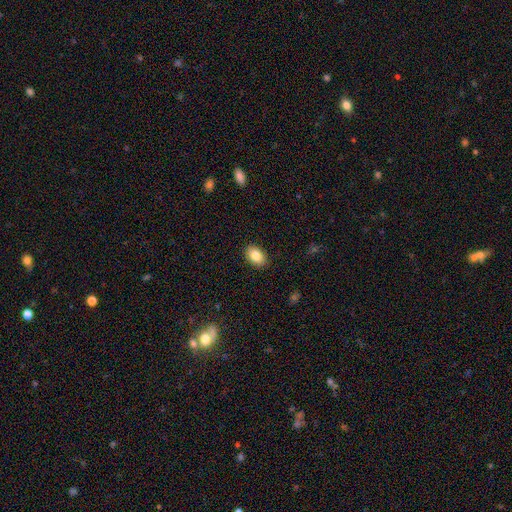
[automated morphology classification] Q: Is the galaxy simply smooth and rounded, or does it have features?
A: smooth — 85%.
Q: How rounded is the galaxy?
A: in between — 86%.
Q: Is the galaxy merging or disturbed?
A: none — 89%.